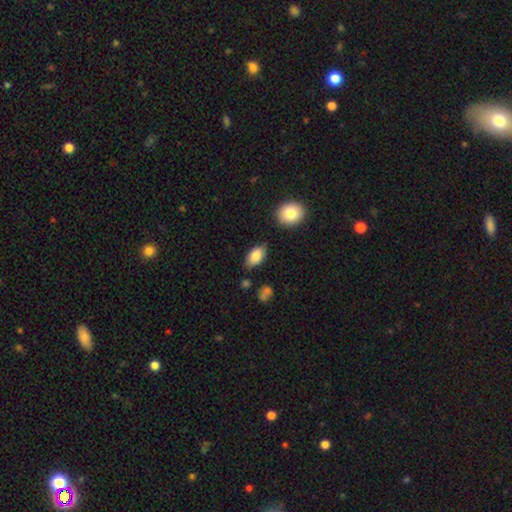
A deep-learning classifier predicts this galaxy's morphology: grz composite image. It shows a smooth galaxy with no disk features (84%) that is in between round and cigar-shaped (93%). Merging: none (78%).